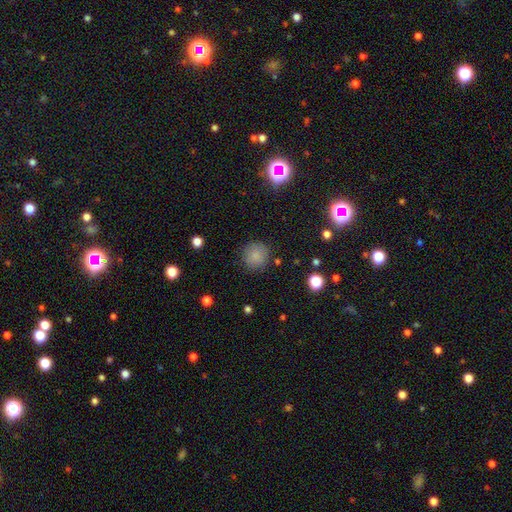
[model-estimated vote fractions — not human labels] Smooth or featured? Predicted: smooth (p=0.84). How rounded? Predicted: round (p=0.92). Merging? Predicted: none (p=0.86).